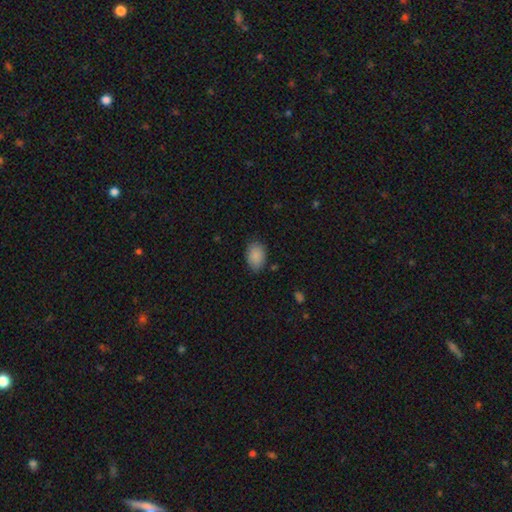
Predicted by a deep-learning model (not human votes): Q: Smooth or featured?
A: smooth (88%); runner-up: star or artifact (7%)
Q: How rounded?
A: in between (83%); runner-up: round (16%)
Q: Merging?
A: none (81%); runner-up: minor disturbance (15%)